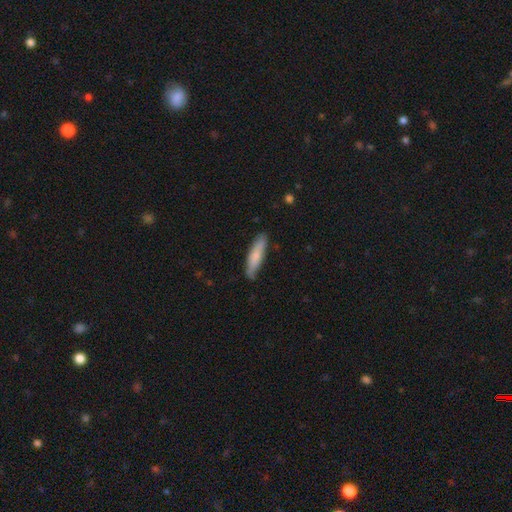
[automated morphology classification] A smooth galaxy with no disk features (75%) that is cigar-shaped (78%). Merging: none (79%).